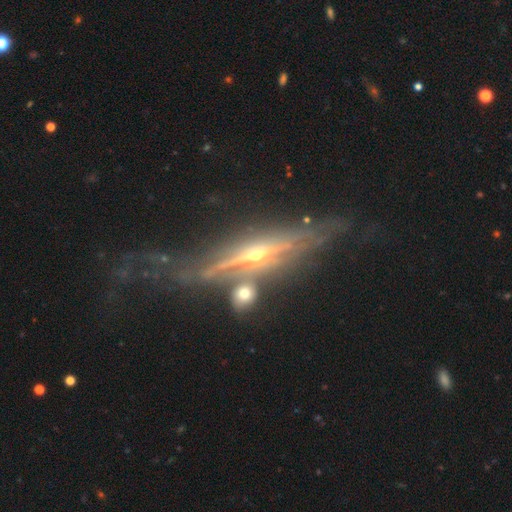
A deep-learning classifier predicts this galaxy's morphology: featured or disk 85%, star or artifact 8%, smooth 8%. Down the decision tree: edge-on disk — yes (91%); edge-on bulge — rounded (82%); merging — none (59%).